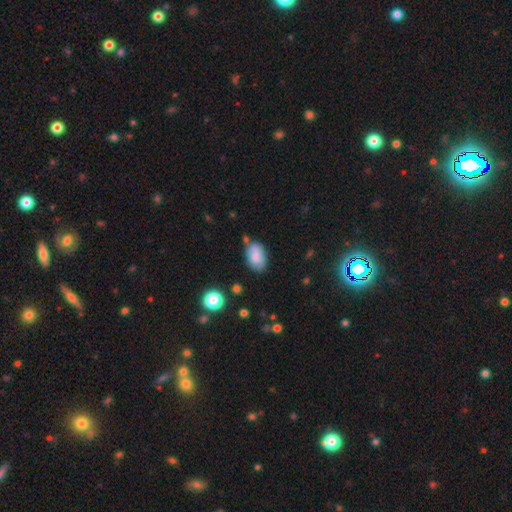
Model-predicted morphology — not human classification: Q: Smooth or featured?
A: smooth (81%); runner-up: featured or disk (11%)
Q: How rounded?
A: in between (90%); runner-up: round (8%)
Q: Merging?
A: none (67%); runner-up: minor disturbance (22%)